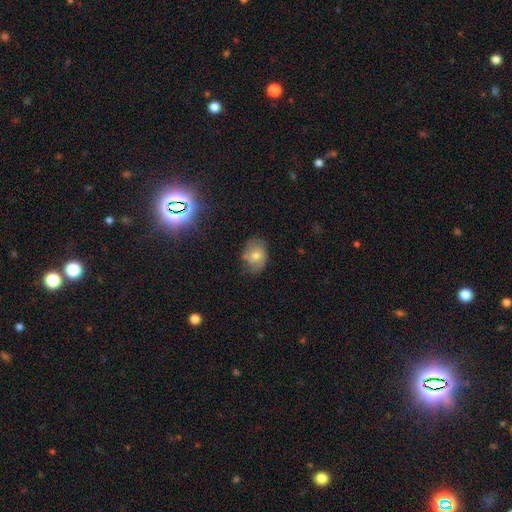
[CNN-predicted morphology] type=smooth (57%); roundness=in between (63%); merging=none (68%).